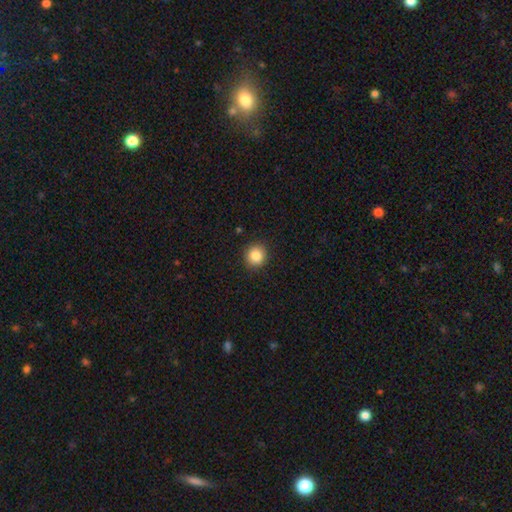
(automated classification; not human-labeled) Smooth or featured? smooth (85%)
How rounded? round (90%)
Merging? none (91%)